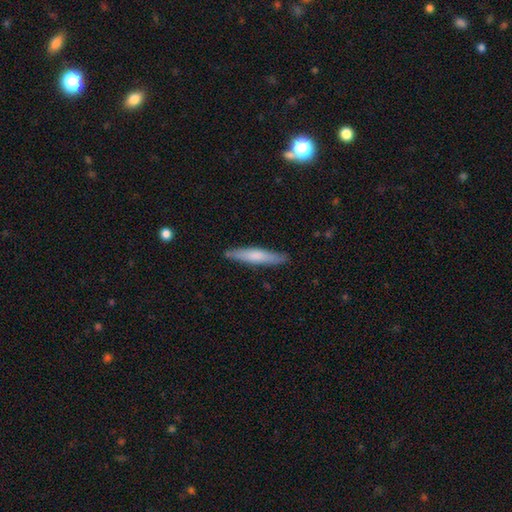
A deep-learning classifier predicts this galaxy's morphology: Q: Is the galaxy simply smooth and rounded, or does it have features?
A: smooth — 65%.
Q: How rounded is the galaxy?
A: cigar-shaped — 89%.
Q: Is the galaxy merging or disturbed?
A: none — 88%.